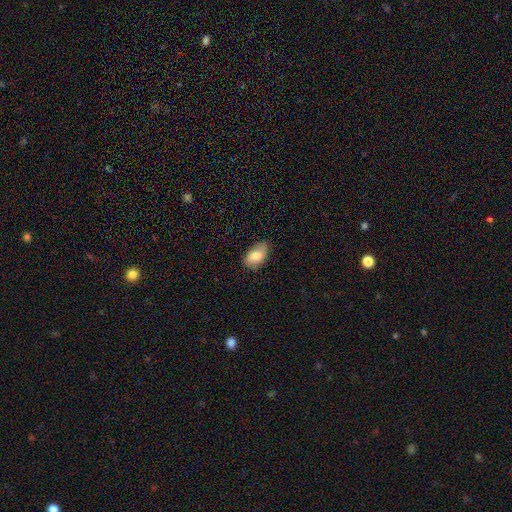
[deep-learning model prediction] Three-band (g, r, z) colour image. It shows a smooth galaxy with no disk features (75%) that is in between round and cigar-shaped (91%). Merging: none (72%).